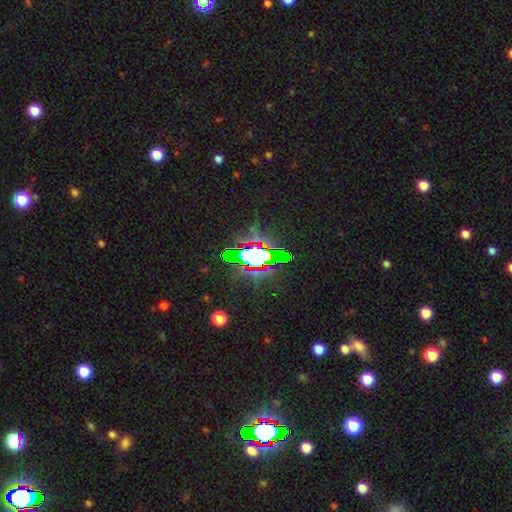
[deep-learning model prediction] Smooth or featured? Predicted: star or artifact (p=0.65).